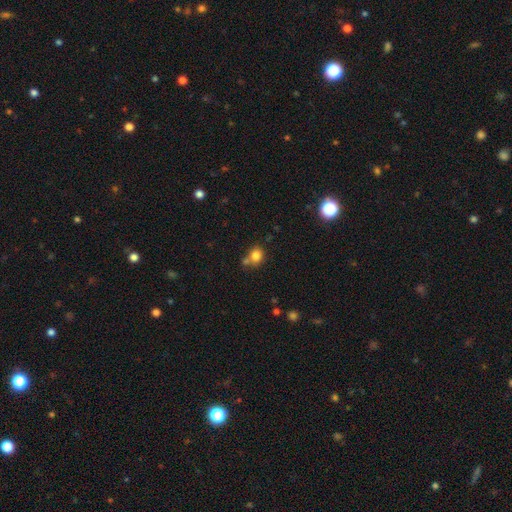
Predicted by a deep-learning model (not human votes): The model was most divided on "merging": none: 56%, merger: 26%, minor disturbance: 13%, major disturbance: 4%. More confident: smooth or featured — smooth (80%); how rounded — round (72%).